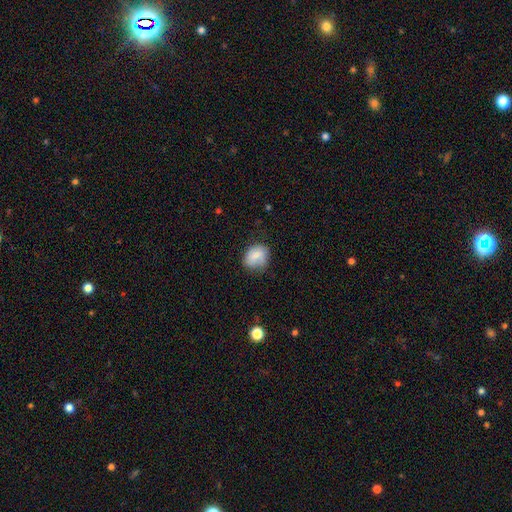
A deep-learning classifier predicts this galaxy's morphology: A smooth galaxy with no disk features (78%) that is round (52%). Merging: none (62%).